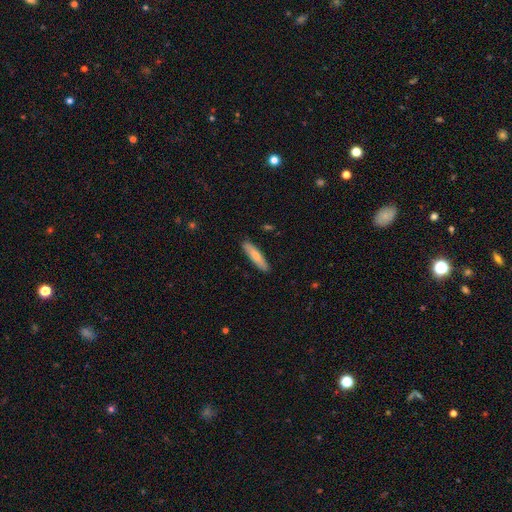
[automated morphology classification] A smooth galaxy with no disk features (73%) that is cigar-shaped (83%). Merging: none (89%).